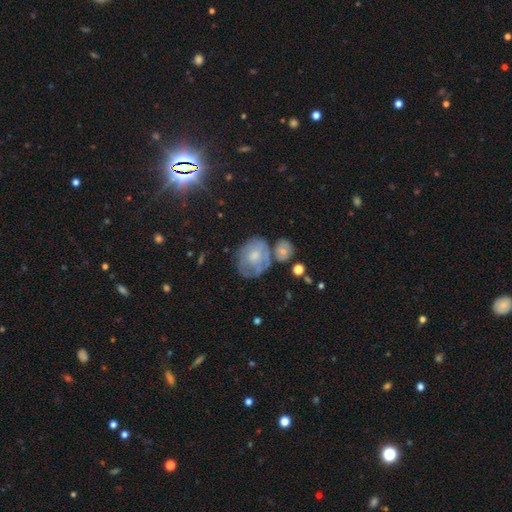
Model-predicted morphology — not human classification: featured or disk 47%, smooth 43%, star or artifact 10%. Down the decision tree: merging — none (45%).